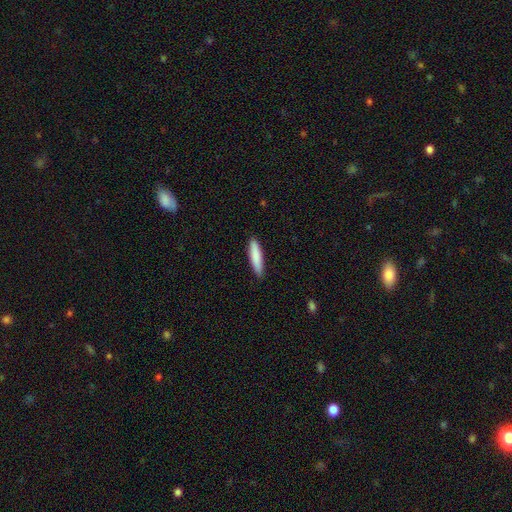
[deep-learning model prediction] Morphology: type=smooth (86%); roundness=cigar-shaped (81%); merging=none (89%).